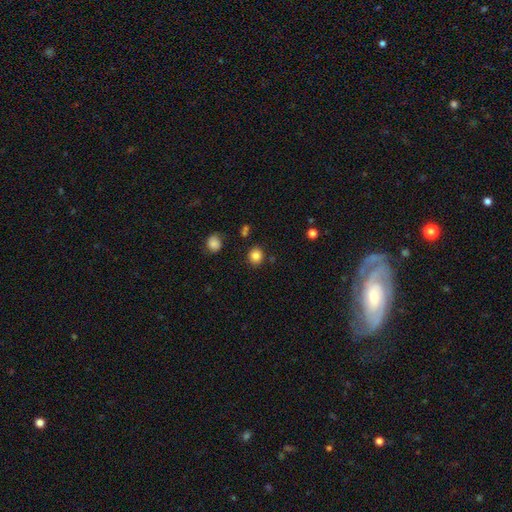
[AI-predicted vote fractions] Smooth or featured? Predicted: smooth (p=0.84). How rounded? Predicted: round (p=0.84). Merging? Predicted: none (p=0.86).